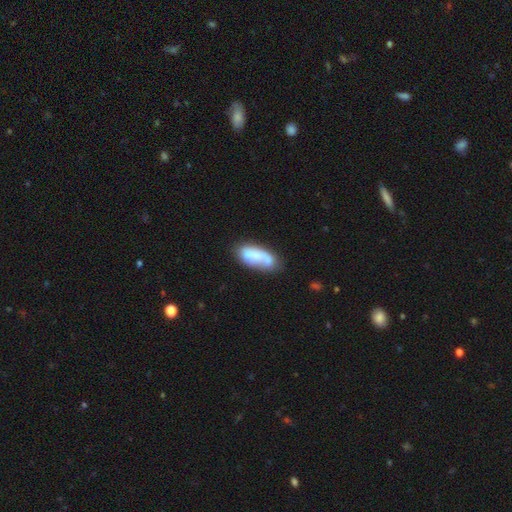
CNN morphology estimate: Smooth or featured: smooth — 64% (featured or disk — 29%)
How rounded: in between — 84% (cigar-shaped — 14%)
Merging: none — 51% (minor disturbance — 25%)